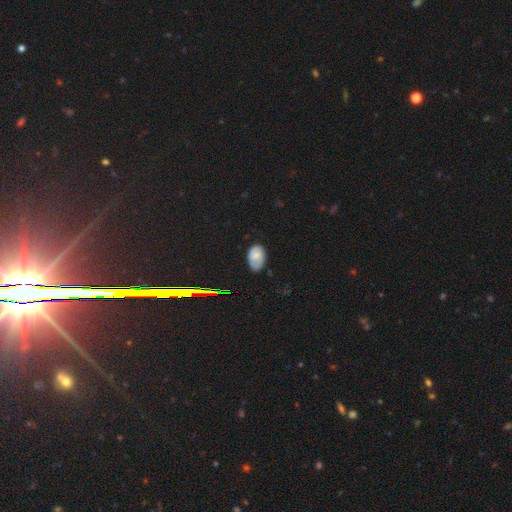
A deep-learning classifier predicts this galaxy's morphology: Smooth or featured? smooth (67%)
How rounded? in between (90%)
Merging? none (60%)